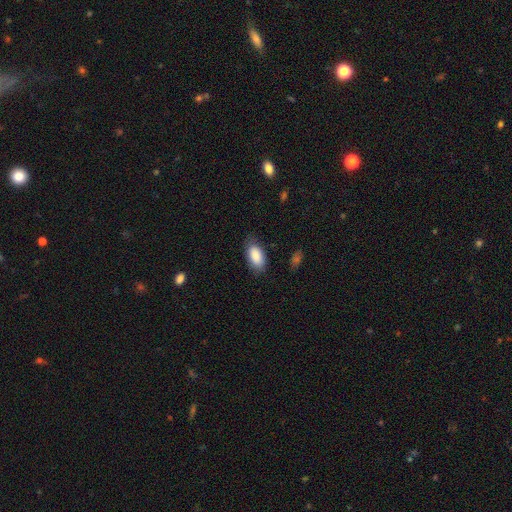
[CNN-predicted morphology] smooth-or-featured: smooth: 87% | featured or disk: 7% | star or artifact: 6%
  how-rounded: in between: 93% | cigar-shaped: 4% | round: 3%
  merging: none: 77% | minor disturbance: 18% | major disturbance: 4% | merger: 1%